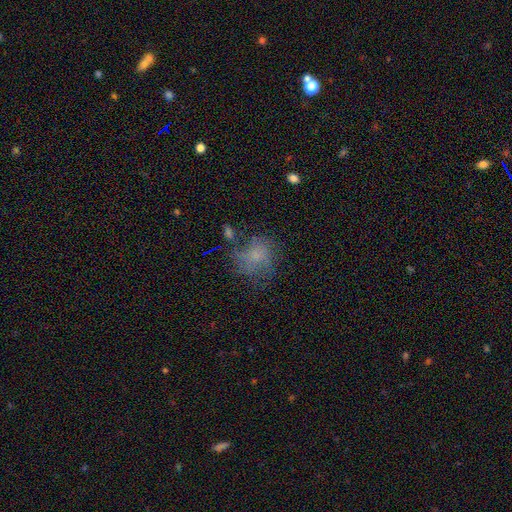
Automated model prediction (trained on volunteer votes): A smooth galaxy with no disk features (56%) that is round (64%). Merging: none (47%).